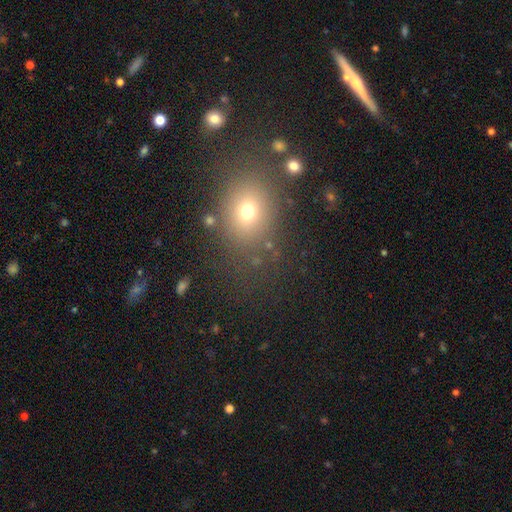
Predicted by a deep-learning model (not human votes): A smooth galaxy with no disk features (57%) that is in between round and cigar-shaped (49%). Merging: none (81%).